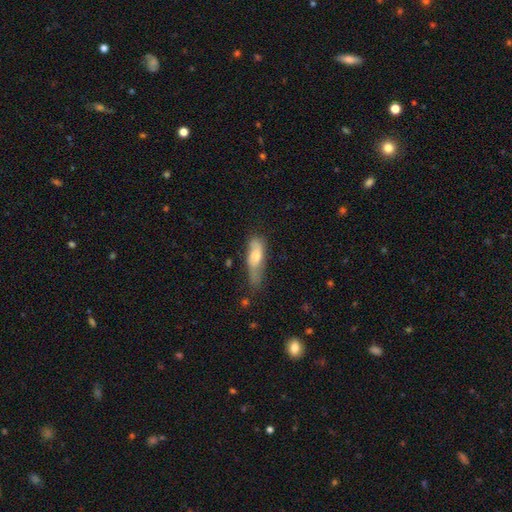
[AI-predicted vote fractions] Smooth or featured? Predicted: smooth (p=0.56). How rounded? Predicted: in between (p=0.51). Merging? Predicted: none (p=0.46).